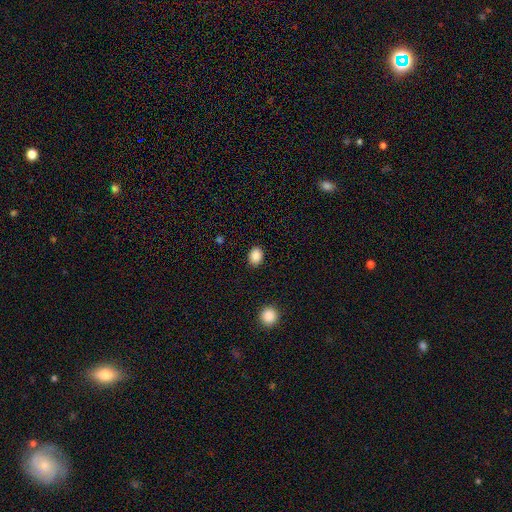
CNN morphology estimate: Q: Smooth or featured?
A: smooth (89%); runner-up: star or artifact (9%)
Q: How rounded?
A: in between (56%); runner-up: round (43%)
Q: Merging?
A: none (89%); runner-up: minor disturbance (7%)